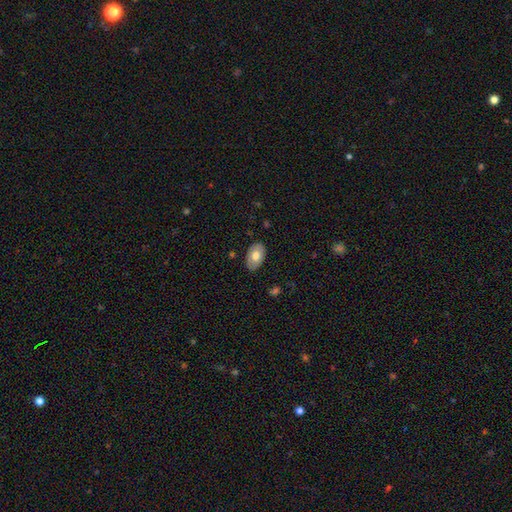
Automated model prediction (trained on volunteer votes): This appears to be a smooth galaxy with no disk features (67%) that is in between round and cigar-shaped (91%). Merging: none (85%).